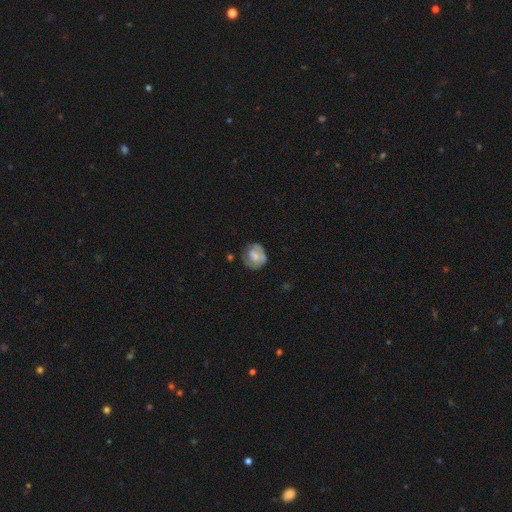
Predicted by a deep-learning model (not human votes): The model was most divided on "smooth or featured": smooth: 49%, featured or disk: 44%, star or artifact: 7%. More confident: merging — none (60%).